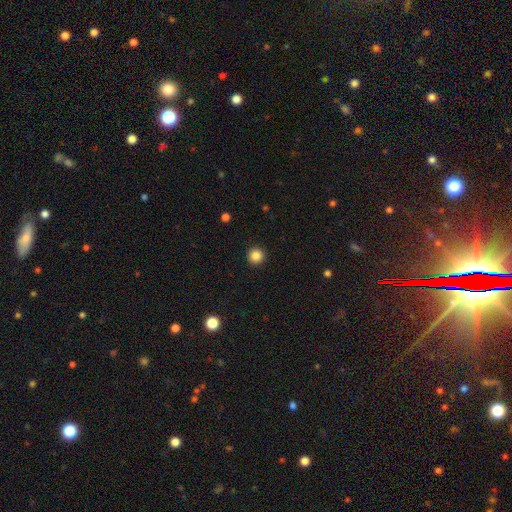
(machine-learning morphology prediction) smooth 86%, star or artifact 11%, featured or disk 3%. Down the decision tree: how rounded — round (96%); merging — none (93%).